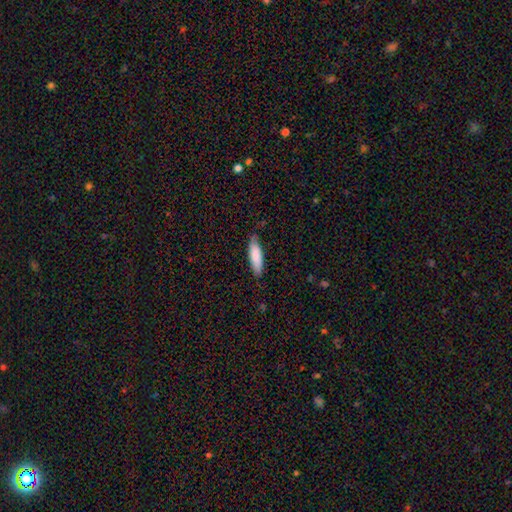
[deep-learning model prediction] smooth_or_featured: smooth (p=0.83) [alt: featured or disk p=0.12]
how_rounded: cigar-shaped (p=0.59) [alt: in between p=0.40]
merging: none (p=0.77) [alt: minor disturbance p=0.19]